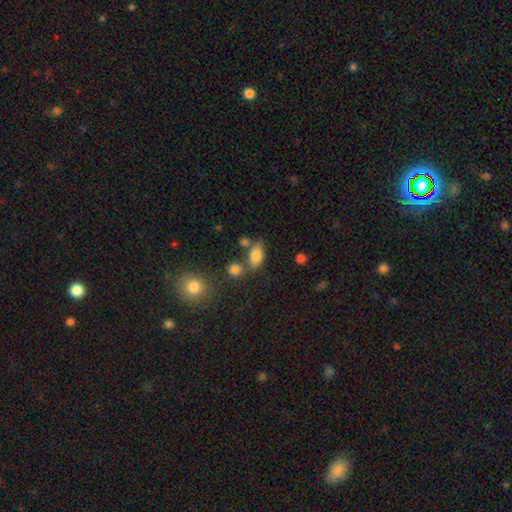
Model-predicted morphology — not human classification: Overall: smooth (80%). How rounded: in between (86%). Merging: none (64%).